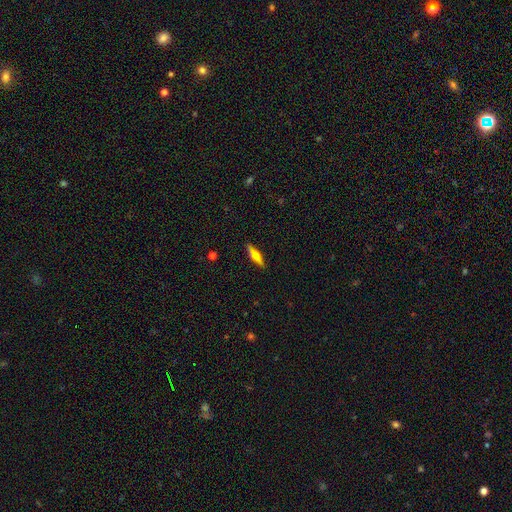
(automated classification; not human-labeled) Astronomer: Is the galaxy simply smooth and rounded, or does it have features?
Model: smooth — 51% (runner-up: featured or disk, 42%).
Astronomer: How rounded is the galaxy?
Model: cigar-shaped — 65%.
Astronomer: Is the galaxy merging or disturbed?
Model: none — 88%.